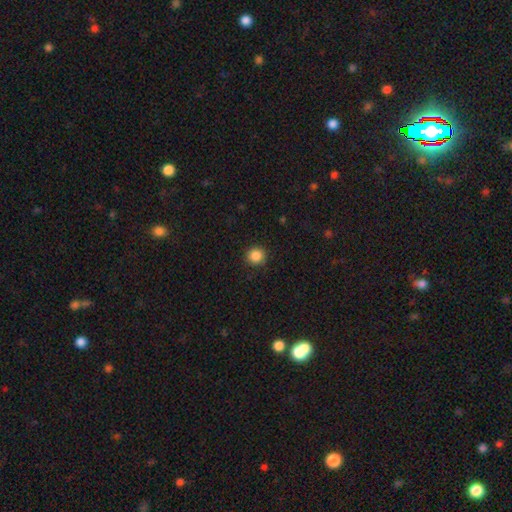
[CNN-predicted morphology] This is clearly a smooth galaxy (87%). How rounded: clearly round (92%). Merging: clearly none (91%).